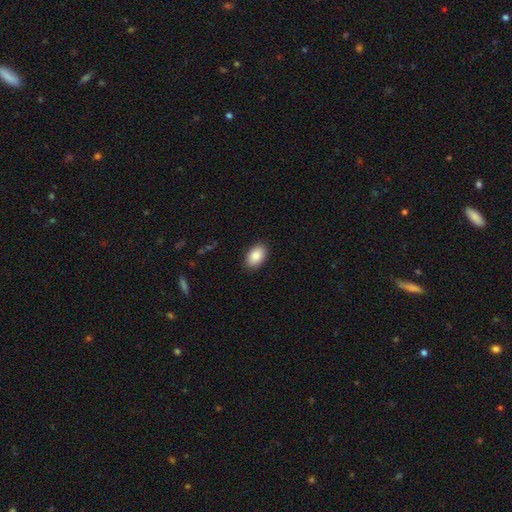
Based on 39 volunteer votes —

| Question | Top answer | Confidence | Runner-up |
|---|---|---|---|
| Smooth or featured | smooth | 85% | featured or disk (10%) |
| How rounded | in between | 97% | round (3%) |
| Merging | none | 95% | minor disturbance (5%) |